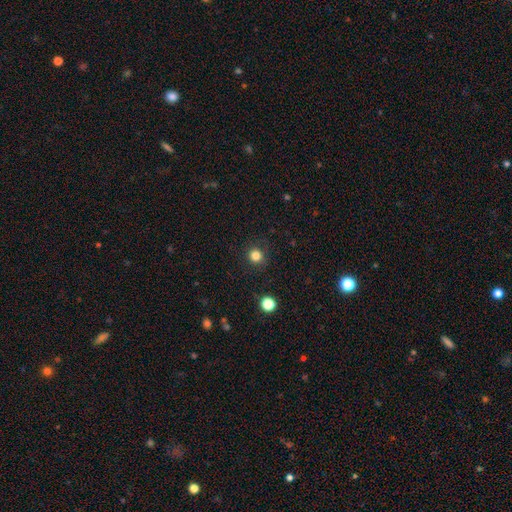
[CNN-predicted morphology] smooth-or-featured: smooth: 82% | star or artifact: 13% | featured or disk: 4%
  how-rounded: round: 92% | in between: 7% | cigar-shaped: 1%
  merging: none: 88% | minor disturbance: 8% | major disturbance: 3% | merger: 1%